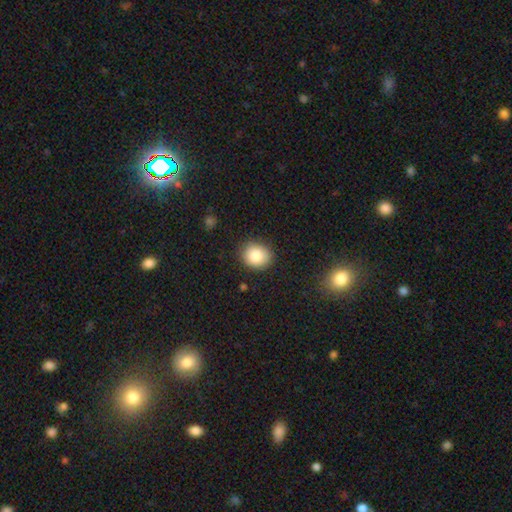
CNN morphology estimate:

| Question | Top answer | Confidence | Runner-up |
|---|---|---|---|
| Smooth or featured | smooth | 85% | star or artifact (9%) |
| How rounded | round | 69% | in between (30%) |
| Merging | none | 86% | minor disturbance (10%) |